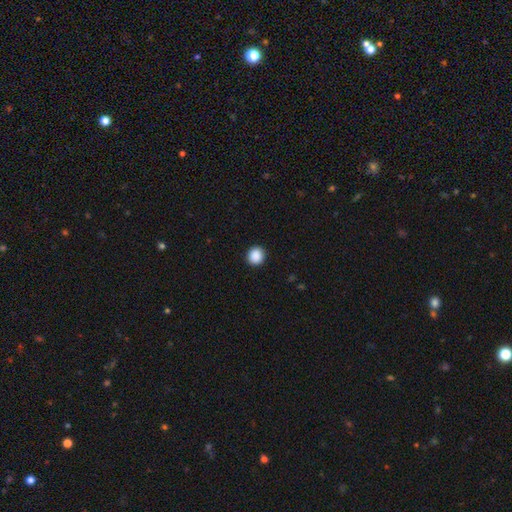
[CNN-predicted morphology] Smooth or featured? Predicted: smooth (p=0.89). How rounded? Predicted: round (p=0.91). Merging? Predicted: none (p=0.93).